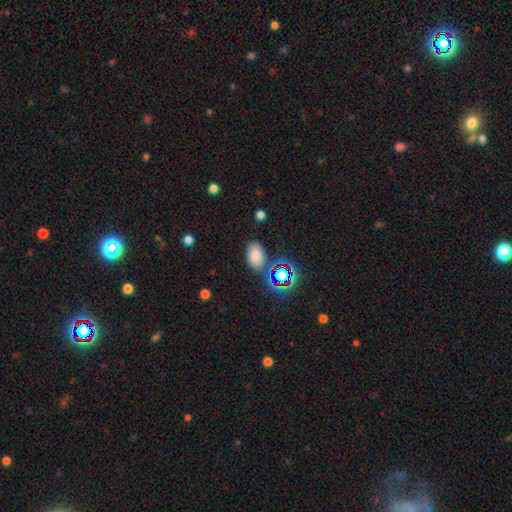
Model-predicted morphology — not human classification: Smooth or featured? Predicted: smooth (p=0.71). How rounded? Predicted: in between (p=0.90). Merging? Predicted: none (p=0.76).